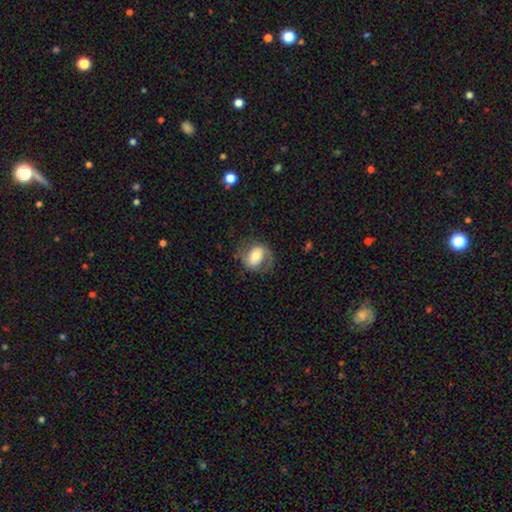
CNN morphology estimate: Smooth or featured?
  - featured or disk: 50% *
  - smooth: 43%
  - star or artifact: 7%
Merging?
  - none: 65% *
  - minor disturbance: 19%
  - major disturbance: 14%
  - merger: 1%